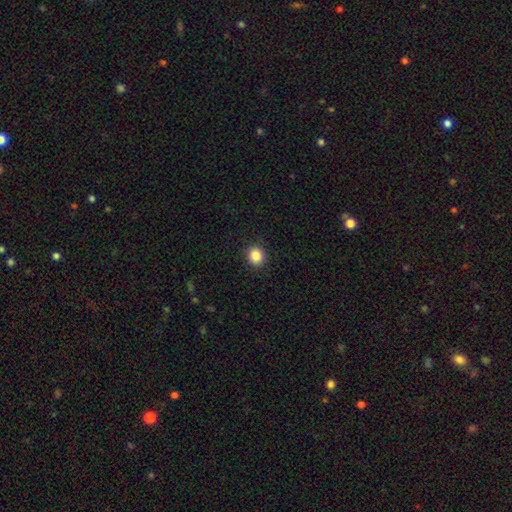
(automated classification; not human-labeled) A smooth galaxy with no disk features (86%) that is round (87%).

Vote fractions:
- Smooth or featured? smooth: 86% / star or artifact: 10% / featured or disk: 4%
- How rounded? round: 87% / in between: 12% / cigar-shaped: 1%
- Merging? none: 91% / minor disturbance: 6% / major disturbance: 2% / merger: 1%